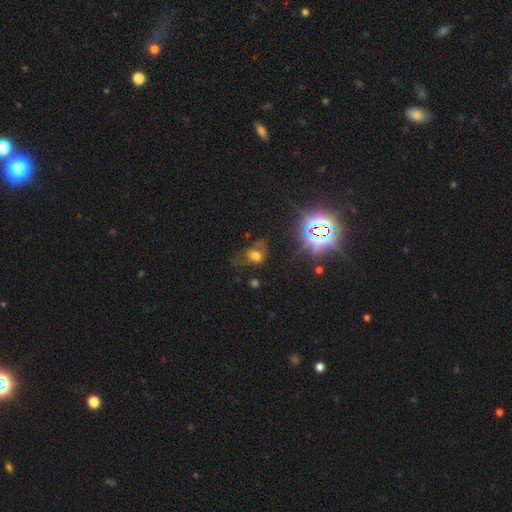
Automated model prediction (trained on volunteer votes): Morphology: type=smooth (49%); merging=none (42%).